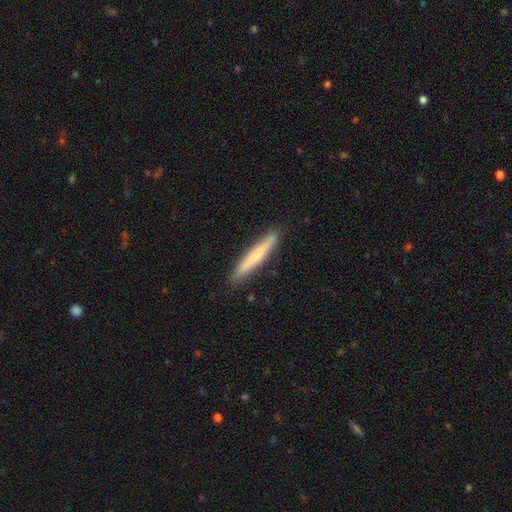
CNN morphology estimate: smooth_or_featured: smooth (p=0.58) [alt: featured or disk p=0.36]
how_rounded: cigar-shaped (p=0.95) [alt: in between p=0.04]
merging: none (p=0.89) [alt: minor disturbance p=0.08]